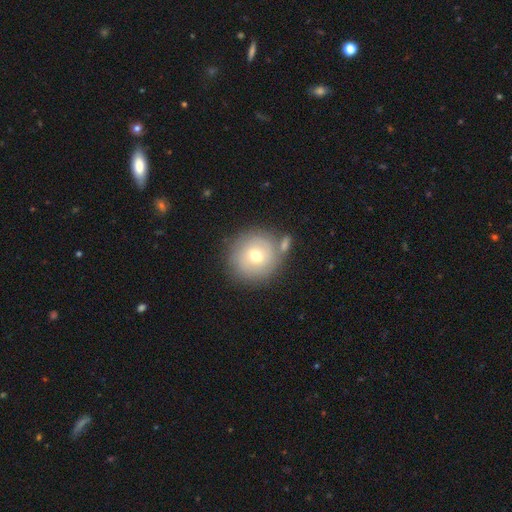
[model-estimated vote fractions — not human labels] smooth-or-featured: smooth: 60% | featured or disk: 30% | star or artifact: 10%
  how-rounded: round: 90% | in between: 9% | cigar-shaped: 1%
  merging: none: 69% | merger: 14% | minor disturbance: 13% | major disturbance: 5%